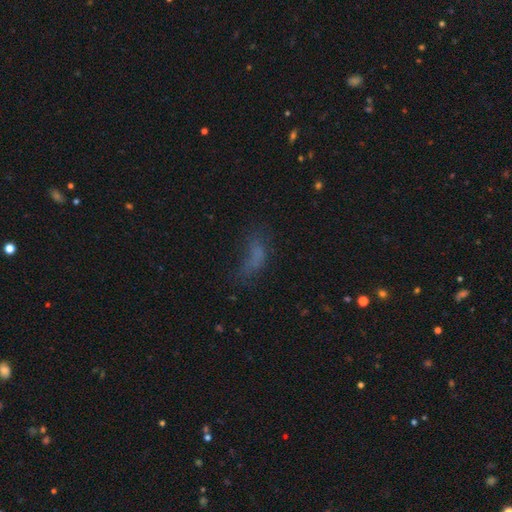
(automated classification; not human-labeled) Smooth or featured? Predicted: smooth (p=0.56). How rounded? Predicted: in between (p=0.73). Merging? Predicted: major disturbance (p=0.36, tied with none).